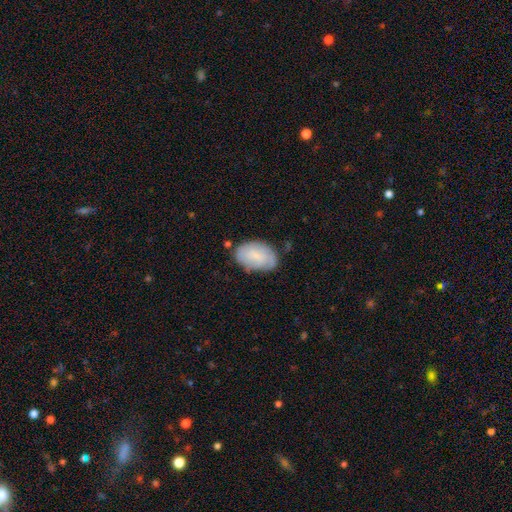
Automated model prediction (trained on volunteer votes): Overall: smooth (66%; featured or disk 27%). How rounded: in between (90%). Merging: none (69%).